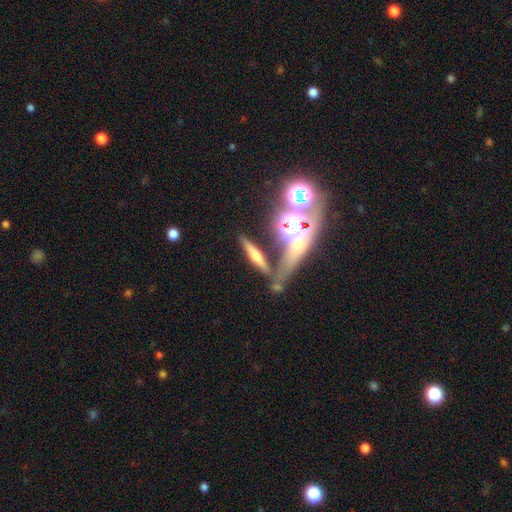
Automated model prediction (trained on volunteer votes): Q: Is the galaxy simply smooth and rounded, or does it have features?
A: featured or disk — 50%.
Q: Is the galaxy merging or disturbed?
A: none — 64%.